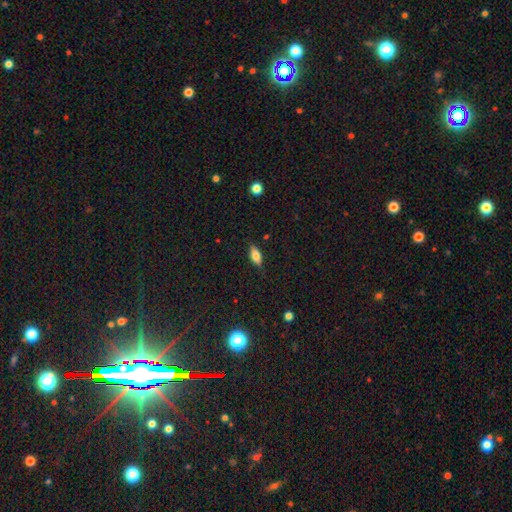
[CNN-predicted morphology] smooth-or-featured: smooth: 71% | featured or disk: 21% | star or artifact: 8%
  how-rounded: in between: 81% | cigar-shaped: 16% | round: 3%
  merging: none: 84% | minor disturbance: 12% | major disturbance: 2% | merger: 1%